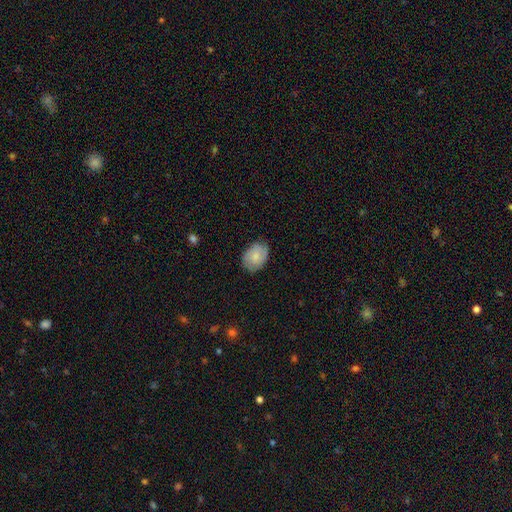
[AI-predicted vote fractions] Q: Smooth or featured?
A: smooth (62%); runner-up: featured or disk (31%)
Q: How rounded?
A: in between (73%); runner-up: round (25%)
Q: Merging?
A: none (75%); runner-up: minor disturbance (20%)